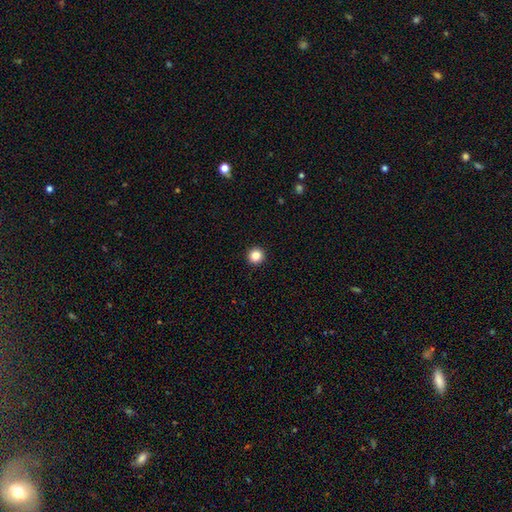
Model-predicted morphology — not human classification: Q: Smooth or featured?
A: smooth (85%); runner-up: star or artifact (11%)
Q: How rounded?
A: round (96%); runner-up: in between (3%)
Q: Merging?
A: none (94%); runner-up: minor disturbance (4%)